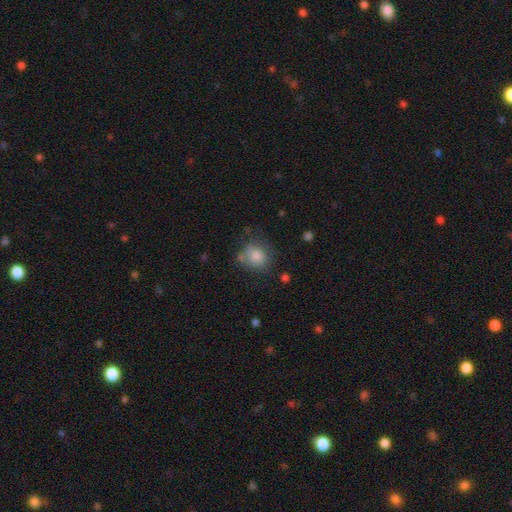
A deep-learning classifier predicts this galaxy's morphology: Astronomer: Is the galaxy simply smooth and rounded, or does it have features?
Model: smooth — 80%.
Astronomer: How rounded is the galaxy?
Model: round — 75%.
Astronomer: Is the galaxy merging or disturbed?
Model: none — 65%.